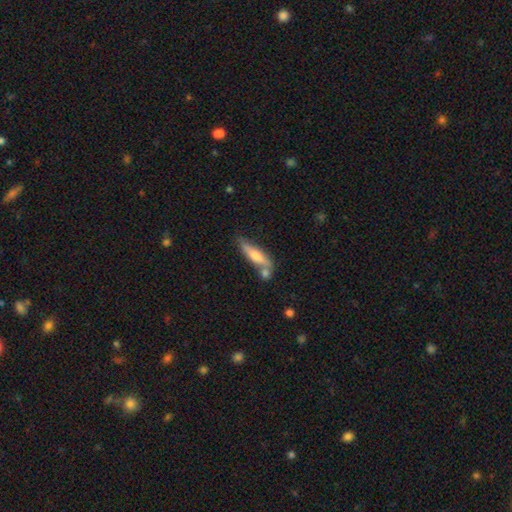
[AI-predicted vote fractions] A smooth galaxy with no disk features (56%) that is cigar-shaped (78%). Merging: none (61%).